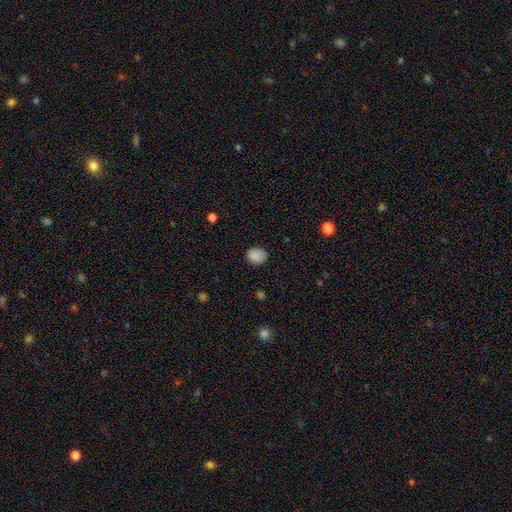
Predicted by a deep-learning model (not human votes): Q: Smooth or featured?
A: smooth (87%); runner-up: star or artifact (9%)
Q: How rounded?
A: round (57%); runner-up: in between (42%)
Q: Merging?
A: none (81%); runner-up: minor disturbance (15%)